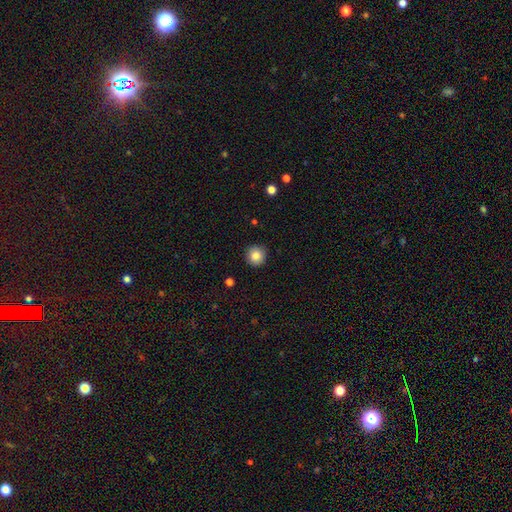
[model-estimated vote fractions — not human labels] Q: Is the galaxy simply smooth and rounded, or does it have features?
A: smooth — 85%.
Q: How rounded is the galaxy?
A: round — 95%.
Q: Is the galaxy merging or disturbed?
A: none — 92%.